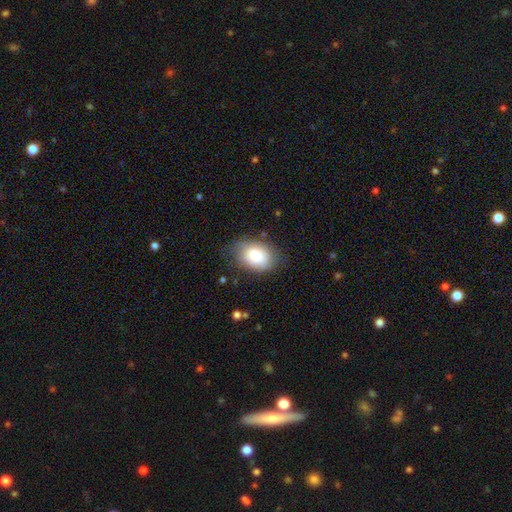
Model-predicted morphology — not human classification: Smooth or featured: smooth — 84% (featured or disk — 9%)
How rounded: in between — 82% (round — 17%)
Merging: none — 73% (minor disturbance — 20%)